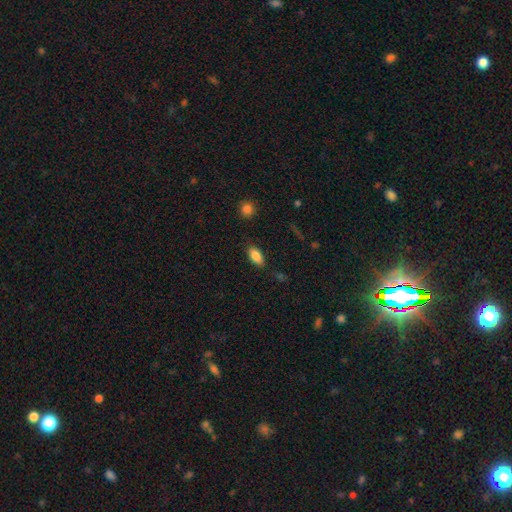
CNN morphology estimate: Q: Smooth or featured?
A: smooth (86%); runner-up: star or artifact (8%)
Q: How rounded?
A: in between (92%); runner-up: cigar-shaped (5%)
Q: Merging?
A: none (83%); runner-up: minor disturbance (13%)